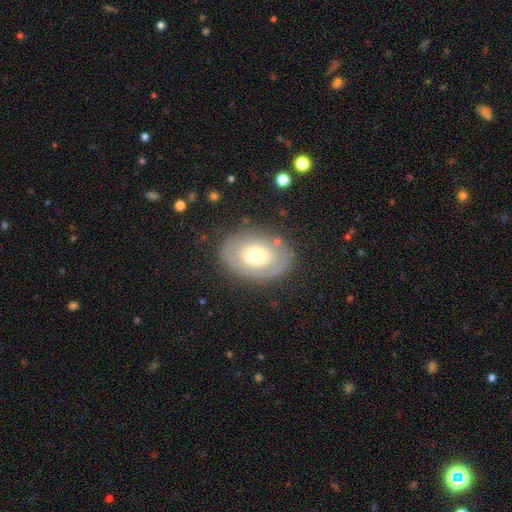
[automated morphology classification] smooth_or_featured: featured or disk (p=0.48) [alt: smooth p=0.45]
merging: none (p=0.78) [alt: minor disturbance p=0.14]